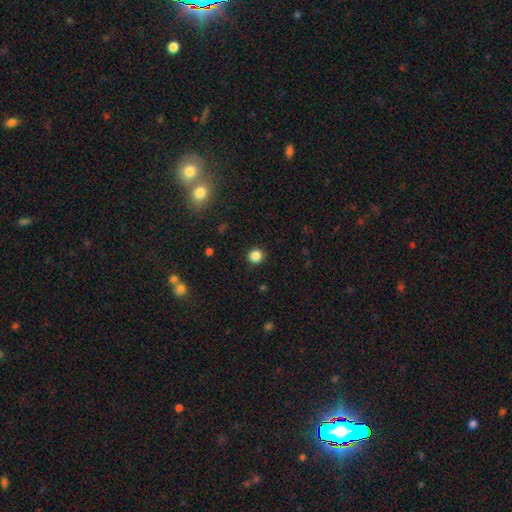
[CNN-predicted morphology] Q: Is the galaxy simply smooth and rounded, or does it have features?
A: smooth — 85%.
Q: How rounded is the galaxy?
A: round — 93%.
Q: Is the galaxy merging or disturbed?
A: none — 91%.